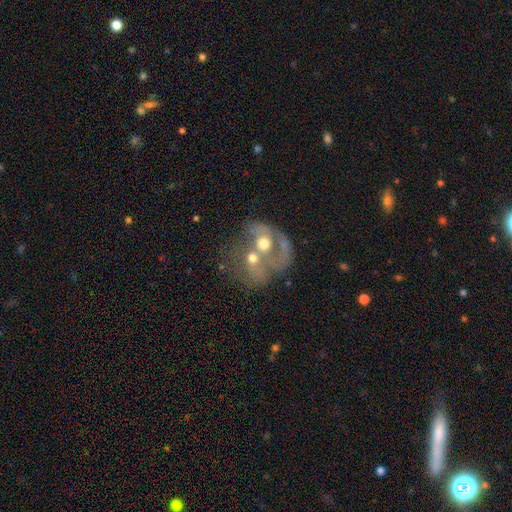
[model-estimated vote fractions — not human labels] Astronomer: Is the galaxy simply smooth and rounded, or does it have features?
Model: featured or disk — 61%.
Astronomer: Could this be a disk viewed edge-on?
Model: no — 96%.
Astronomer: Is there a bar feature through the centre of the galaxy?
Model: no — 79%.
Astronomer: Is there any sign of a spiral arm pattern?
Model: no — 60% (runner-up: yes, 40%).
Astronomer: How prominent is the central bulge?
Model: moderate — 66%.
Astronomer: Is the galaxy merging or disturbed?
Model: merger — 71%.